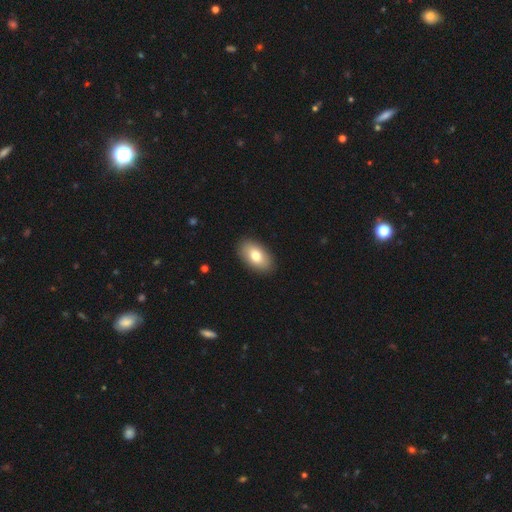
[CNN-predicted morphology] Smooth or featured? smooth (78%)
How rounded? in between (94%)
Merging? none (89%)